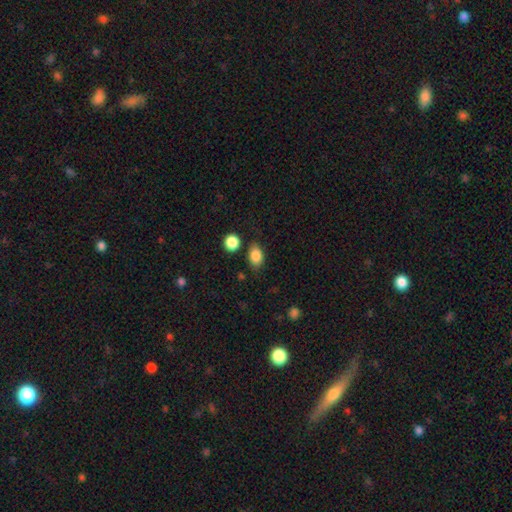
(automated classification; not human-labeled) Smooth or featured: smooth — 86% (star or artifact — 9%)
How rounded: in between — 77% (round — 21%)
Merging: none — 76% (minor disturbance — 15%)